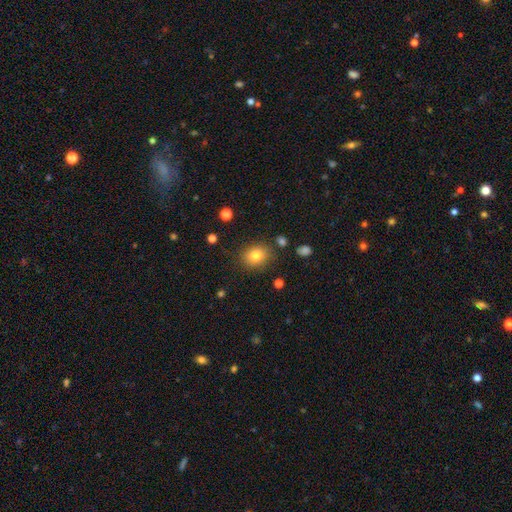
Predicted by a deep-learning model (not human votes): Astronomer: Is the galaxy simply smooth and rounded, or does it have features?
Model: smooth — 80%.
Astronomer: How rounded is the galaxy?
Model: round — 60% (runner-up: in between, 39%).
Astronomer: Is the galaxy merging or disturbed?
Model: none — 83%.